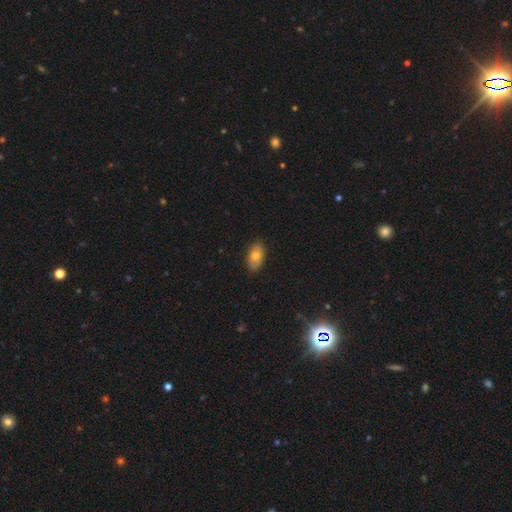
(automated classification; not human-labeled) Q: Smooth or featured?
A: smooth (75%); runner-up: featured or disk (18%)
Q: How rounded?
A: in between (91%); runner-up: round (6%)
Q: Merging?
A: none (87%); runner-up: minor disturbance (11%)